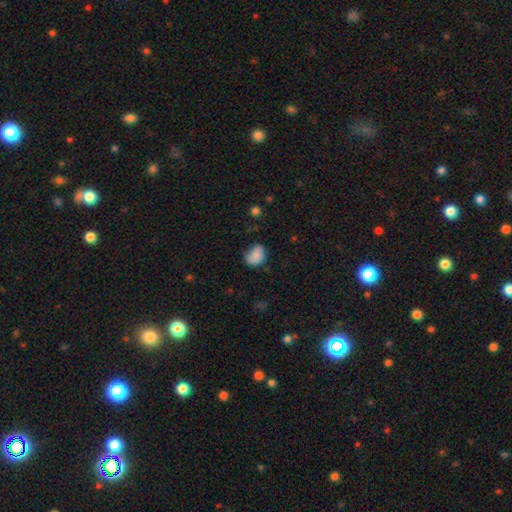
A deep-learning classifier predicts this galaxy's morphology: A smooth galaxy with no disk features (83%) that is in between round and cigar-shaped (66%).

Vote fractions:
- Smooth or featured? smooth: 83% / star or artifact: 9% / featured or disk: 8%
- How rounded? in between: 66% / round: 33% / cigar-shaped: 1%
- Merging? none: 56% / minor disturbance: 33% / major disturbance: 9% / merger: 2%